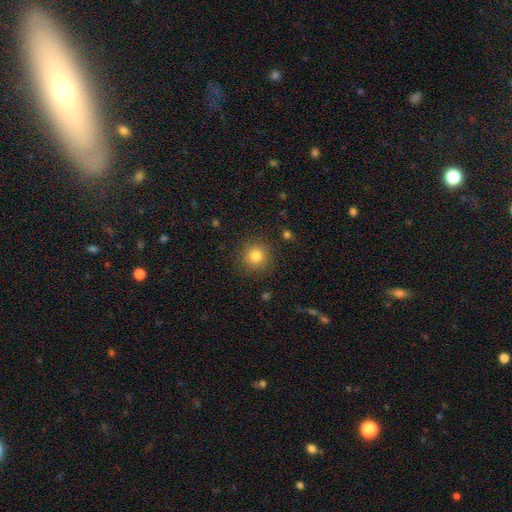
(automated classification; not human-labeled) Smooth or featured? smooth (82%)
How rounded? round (93%)
Merging? none (88%)